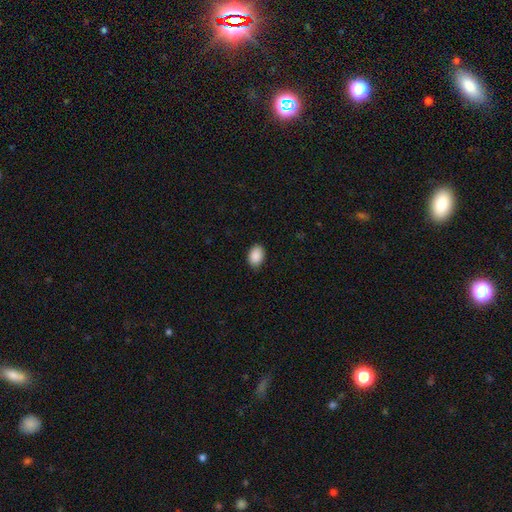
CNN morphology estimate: A smooth galaxy with no disk features (90%) that is in between round and cigar-shaped (84%). Merging: none (85%).